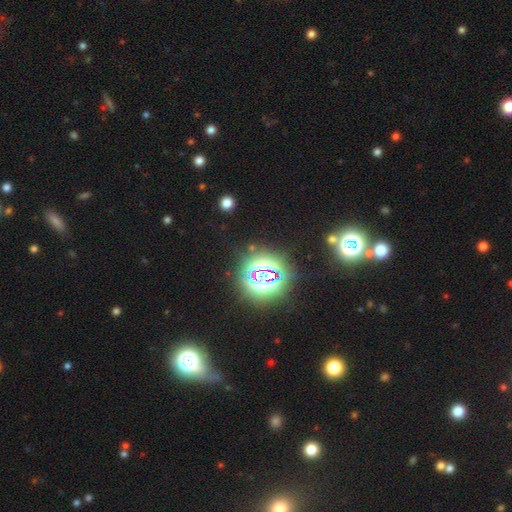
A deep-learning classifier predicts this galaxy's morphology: Q: Smooth or featured?
A: star or artifact (76%); runner-up: smooth (17%)